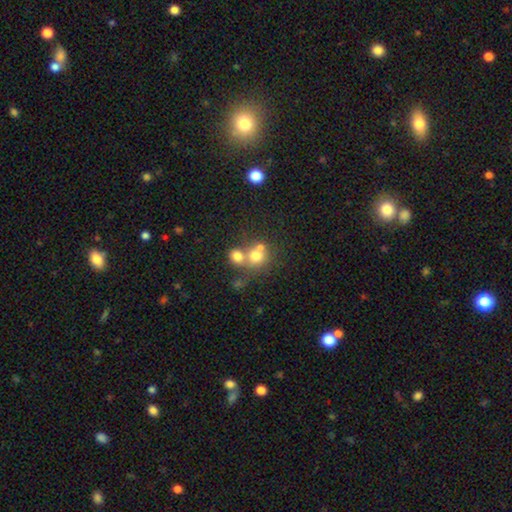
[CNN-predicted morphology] This is likely a smooth galaxy (71%). How rounded: clearly round (82%). Merging: possibly merger (53%).